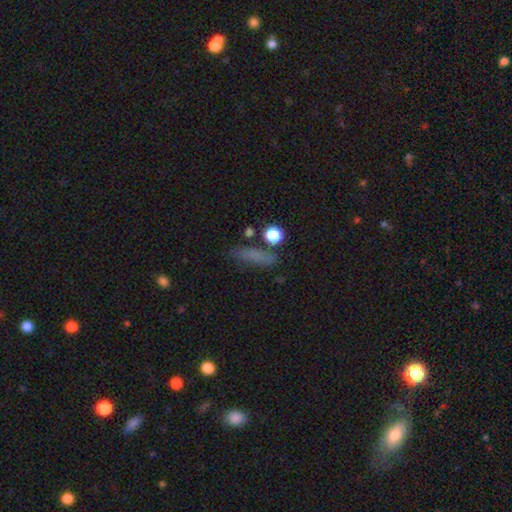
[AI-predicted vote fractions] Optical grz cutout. It shows a smooth galaxy with no disk features (67%) that is cigar-shaped (63%). Merging: none (70%).